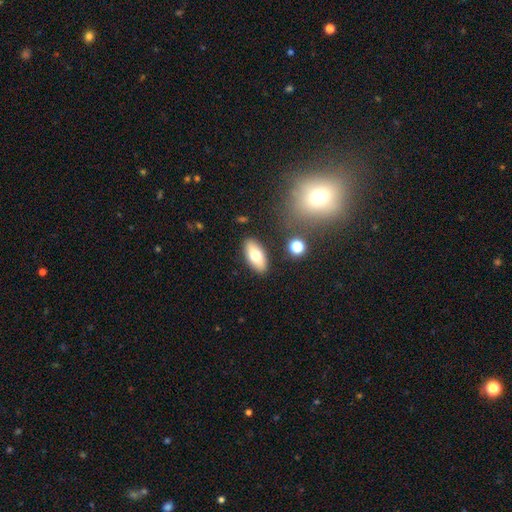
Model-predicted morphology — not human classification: type=smooth (71%); roundness=in between (88%); merging=none (87%).